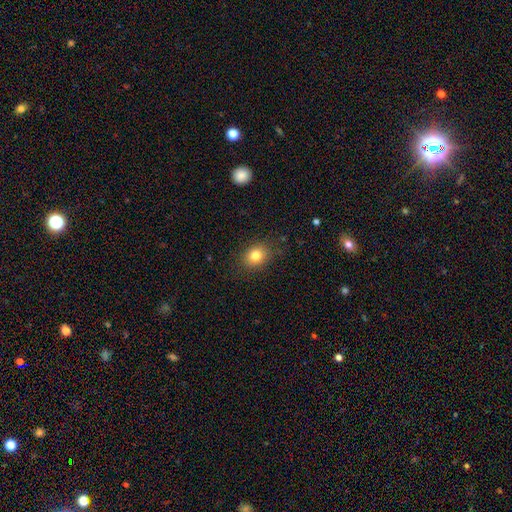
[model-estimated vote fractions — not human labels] Smooth or featured?
  - smooth: 81% *
  - star or artifact: 11%
  - featured or disk: 9%
How rounded?
  - round: 52% *
  - in between: 47%
  - cigar-shaped: 1%
Merging?
  - none: 85% *
  - minor disturbance: 11%
  - major disturbance: 3%
  - merger: 1%